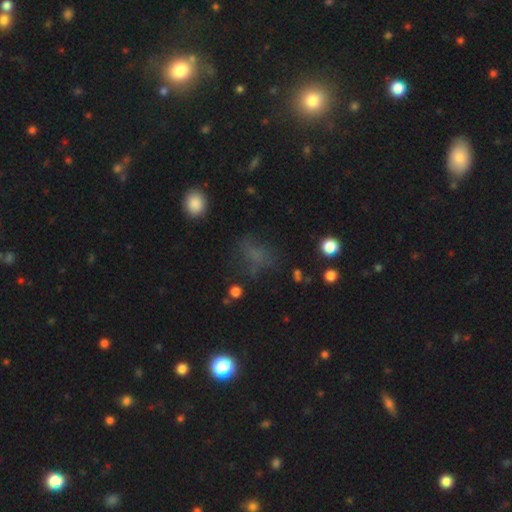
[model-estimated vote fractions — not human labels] This is possibly a smooth galaxy (54%). How rounded: possibly in between (57%). Merging: possibly none (54%).